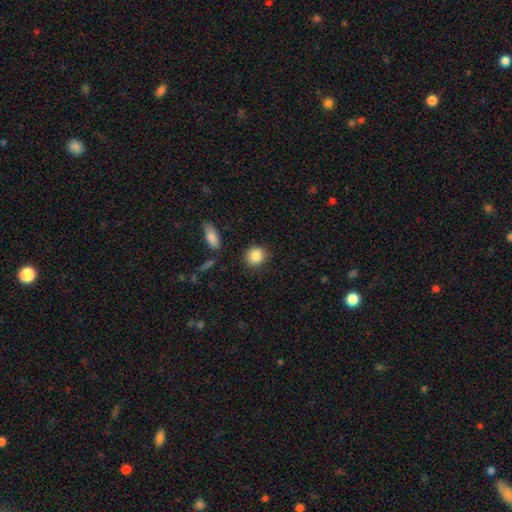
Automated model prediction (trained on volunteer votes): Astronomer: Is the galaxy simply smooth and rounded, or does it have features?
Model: smooth — 86%.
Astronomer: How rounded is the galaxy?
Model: round — 80%.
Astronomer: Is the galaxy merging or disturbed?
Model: none — 86%.